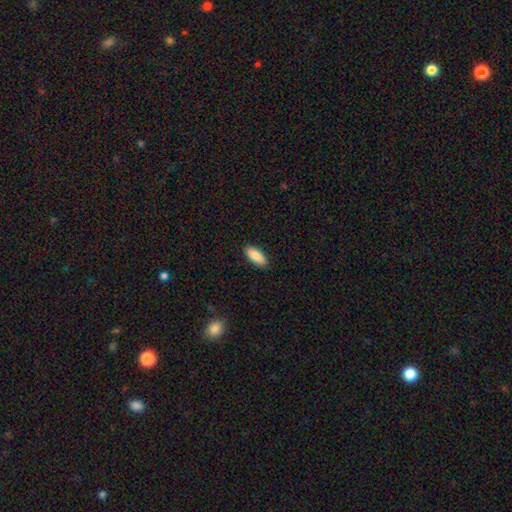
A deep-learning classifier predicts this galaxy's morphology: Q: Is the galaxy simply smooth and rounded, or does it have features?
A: smooth — 87%.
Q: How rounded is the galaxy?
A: in between — 82%.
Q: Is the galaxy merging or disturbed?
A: none — 89%.